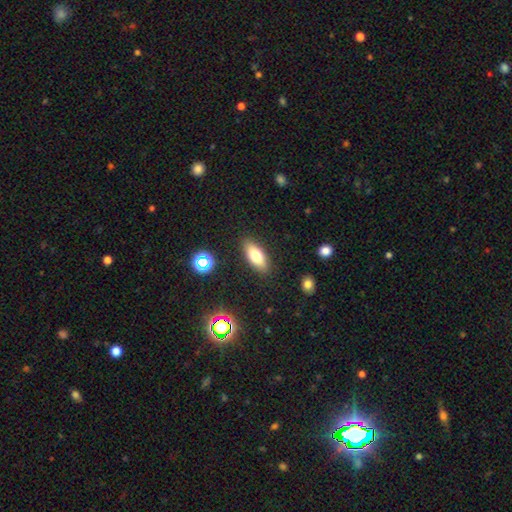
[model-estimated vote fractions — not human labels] smooth-or-featured: smooth: 72% | featured or disk: 19% | star or artifact: 9%
  how-rounded: in between: 78% | cigar-shaped: 19% | round: 3%
  merging: none: 87% | minor disturbance: 9% | major disturbance: 2% | merger: 2%